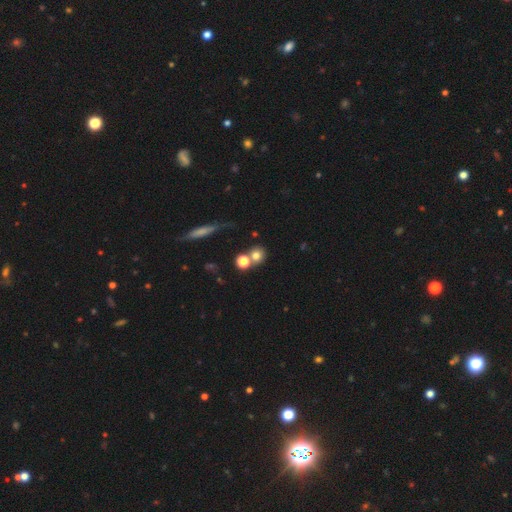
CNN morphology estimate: A smooth galaxy with no disk features (74%) that is round (83%).

Vote fractions:
- Smooth or featured? smooth: 74% / star or artifact: 14% / featured or disk: 12%
- How rounded? round: 83% / in between: 15% / cigar-shaped: 2%
- Merging? none: 54% / merger: 33% / minor disturbance: 9% / major disturbance: 5%